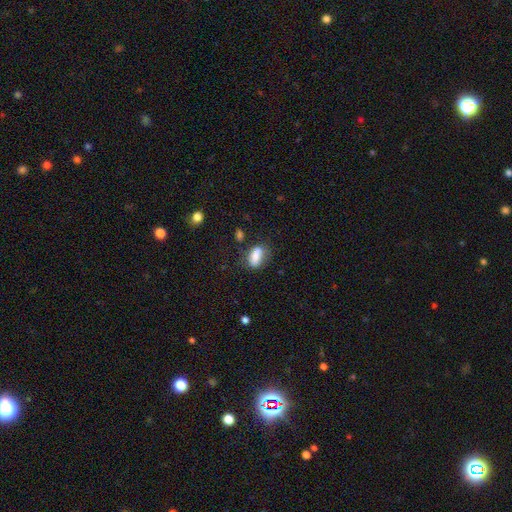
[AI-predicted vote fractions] A smooth galaxy with no disk features (83%) that is in between round and cigar-shaped (84%).

Vote fractions:
- Smooth or featured? smooth: 83% / featured or disk: 9% / star or artifact: 8%
- How rounded? in between: 84% / cigar-shaped: 8% / round: 8%
- Merging? none: 64% / minor disturbance: 23% / major disturbance: 8% / merger: 5%